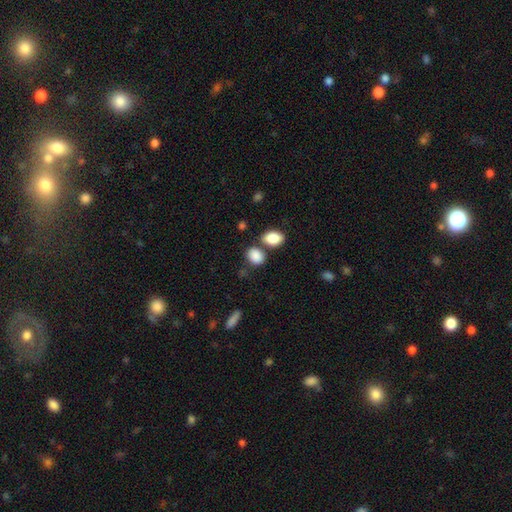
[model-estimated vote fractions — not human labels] smooth-or-featured: smooth: 87% | star or artifact: 8% | featured or disk: 5%
  how-rounded: in between: 64% | round: 35% | cigar-shaped: 2%
  merging: none: 59% | merger: 24% | minor disturbance: 13% | major disturbance: 4%